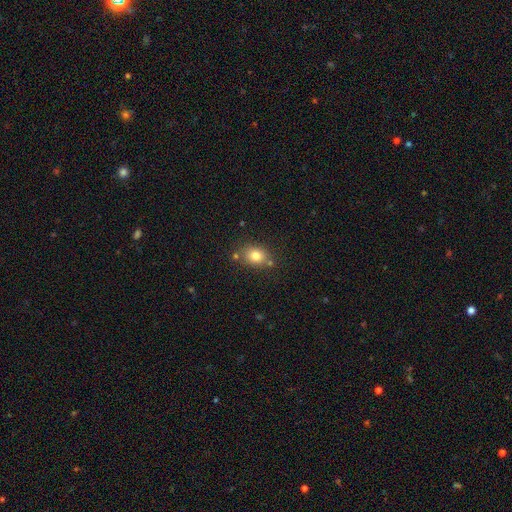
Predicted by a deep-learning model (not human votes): This appears to be a smooth galaxy with no disk features (79%) that is in between round and cigar-shaped (53%). Merging: none (75%).